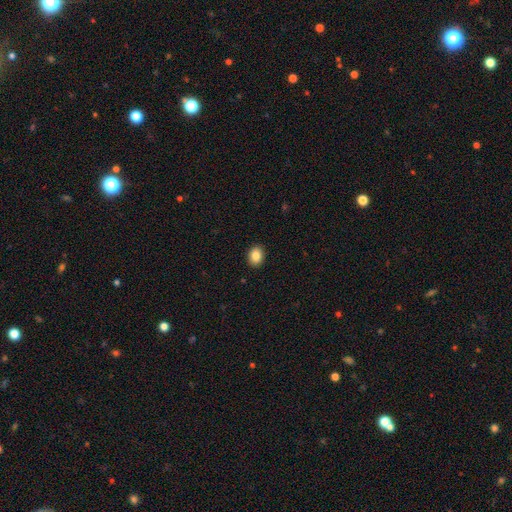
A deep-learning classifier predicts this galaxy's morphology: smooth 85%, star or artifact 9%, featured or disk 6%. Down the decision tree: how rounded — in between (65%); merging — none (91%).